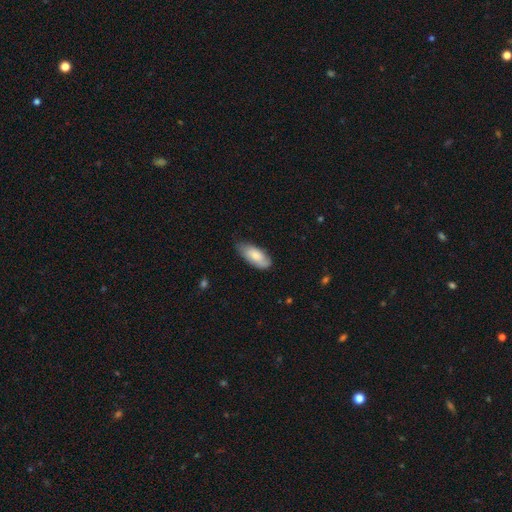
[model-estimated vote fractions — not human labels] A smooth galaxy with no disk features (77%) that is in between round and cigar-shaped (86%). Merging: none (66%).